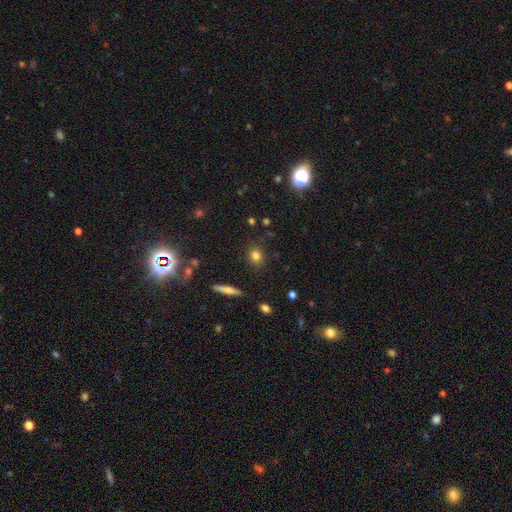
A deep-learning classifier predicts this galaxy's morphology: smooth 80%, star or artifact 12%, featured or disk 8%. Down the decision tree: how rounded — round (73%); merging — none (85%).